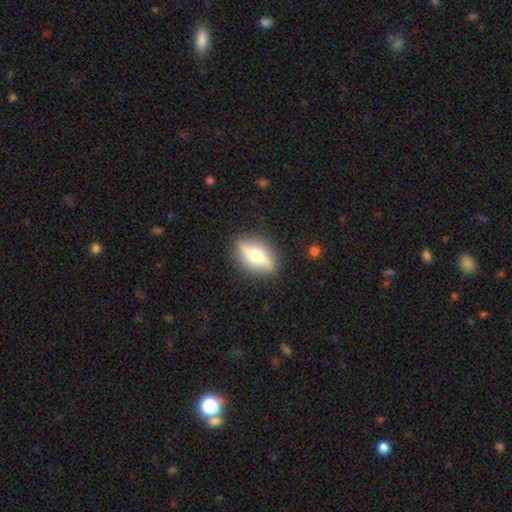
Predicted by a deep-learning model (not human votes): Smooth or featured? featured or disk (65%)
Edge-on disk? yes (57%)
Merging? none (86%)